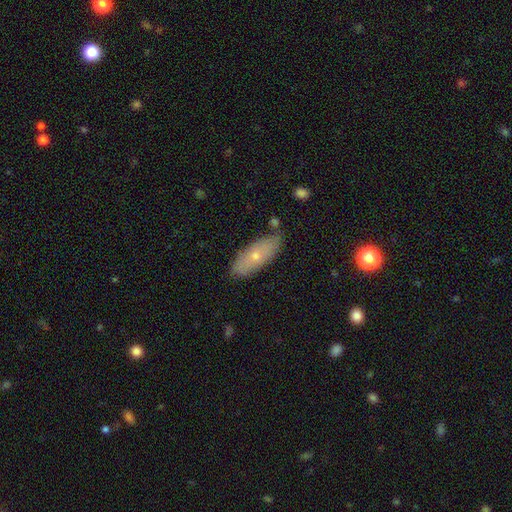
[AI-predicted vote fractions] smooth-or-featured: smooth: 61% | featured or disk: 32% | star or artifact: 7%
  how-rounded: in between: 71% | cigar-shaped: 26% | round: 3%
  merging: none: 77% | minor disturbance: 17% | major disturbance: 3% | merger: 3%